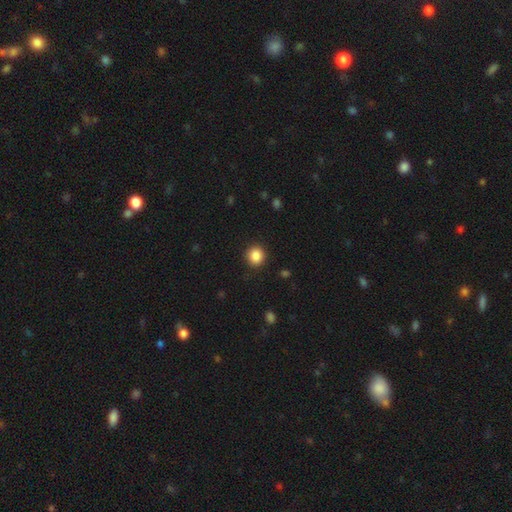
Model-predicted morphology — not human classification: A smooth galaxy with no disk features (87%) that is round (90%).

Vote fractions:
- Smooth or featured? smooth: 87% / star or artifact: 10% / featured or disk: 3%
- How rounded? round: 90% / in between: 9% / cigar-shaped: 1%
- Merging? none: 90% / minor disturbance: 6% / major disturbance: 2% / merger: 1%